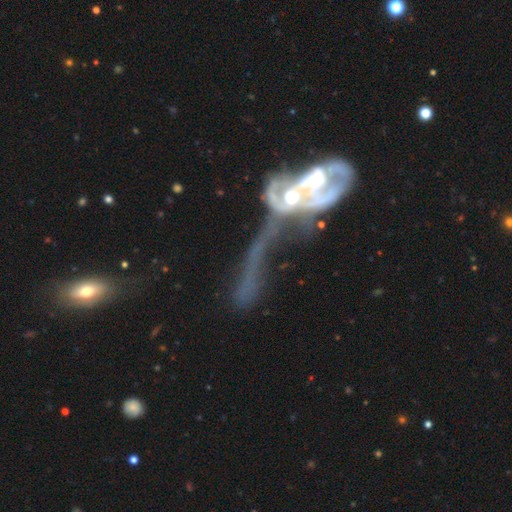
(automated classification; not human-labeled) Smooth or featured?
  - featured or disk: 72% *
  - smooth: 19%
  - star or artifact: 9%
Edge-on disk?
  - no: 87% *
  - yes: 13%
Bar?
  - no: 66% *
  - weak: 23%
  - strong: 11%
Spiral arms?
  - yes: 60% *
  - no: 40%
Bulge size?
  - moderate: 54% *
  - small: 33%
  - none: 6%
  - large: 5%
  - dominant: 2%
Merging?
  - merger: 75% *
  - major disturbance: 16%
  - none: 5%
  - minor disturbance: 4%